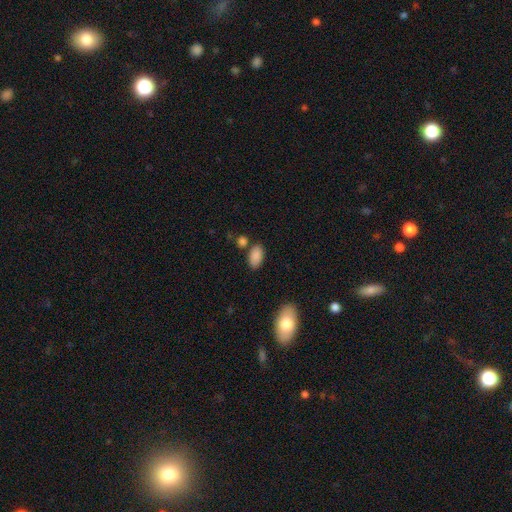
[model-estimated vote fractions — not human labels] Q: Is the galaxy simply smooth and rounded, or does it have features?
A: smooth — 87%.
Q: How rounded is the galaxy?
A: in between — 92%.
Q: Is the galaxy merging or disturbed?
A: none — 74%.